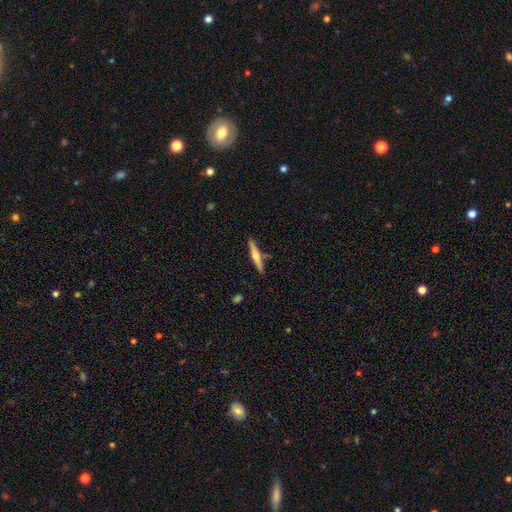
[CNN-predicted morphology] Q: Smooth or featured?
A: featured or disk (60%); runner-up: smooth (34%)
Q: Edge-on disk?
A: yes (97%); runner-up: no (3%)
Q: Edge-on bulge?
A: rounded (87%); runner-up: boxy (7%)
Q: Merging?
A: none (86%); runner-up: minor disturbance (9%)